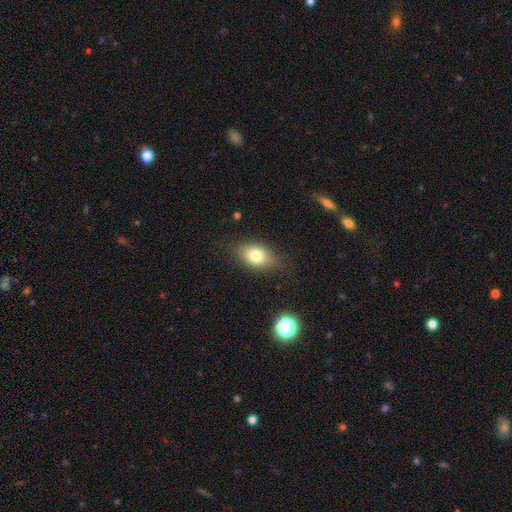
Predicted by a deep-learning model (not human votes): The model was most divided on "merging": none: 77%, minor disturbance: 17%, major disturbance: 5%, merger: 2%. More confident: how rounded — in between (81%); smooth or featured — smooth (78%).